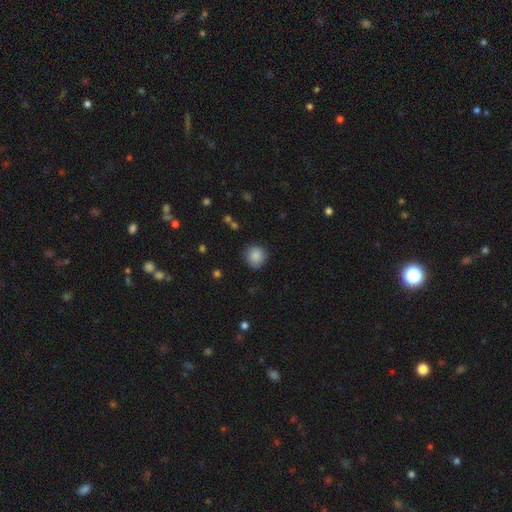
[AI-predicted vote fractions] Smooth or featured? Predicted: smooth (p=0.87). How rounded? Predicted: round (p=0.90). Merging? Predicted: none (p=0.86).